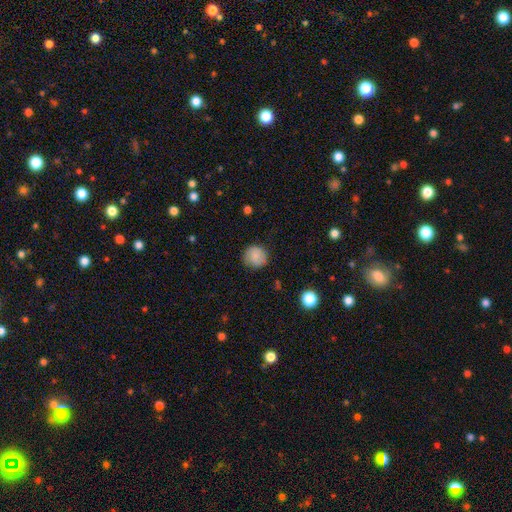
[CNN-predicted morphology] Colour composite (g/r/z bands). It shows a smooth galaxy with no disk features (79%) that is round (92%). Merging: none (83%).